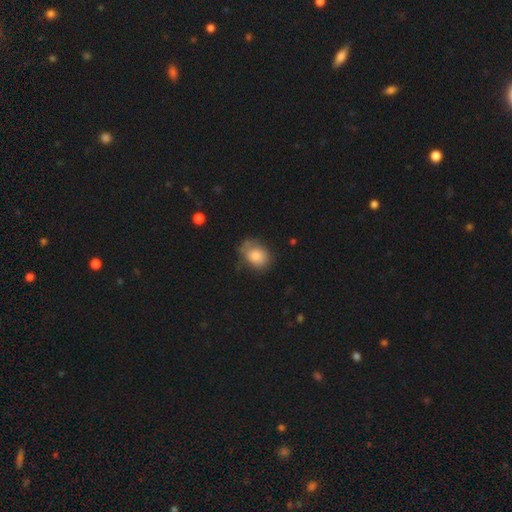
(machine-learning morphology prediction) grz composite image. It shows a smooth galaxy with no disk features (78%) that is in between round and cigar-shaped (56%). Merging: none (54%).